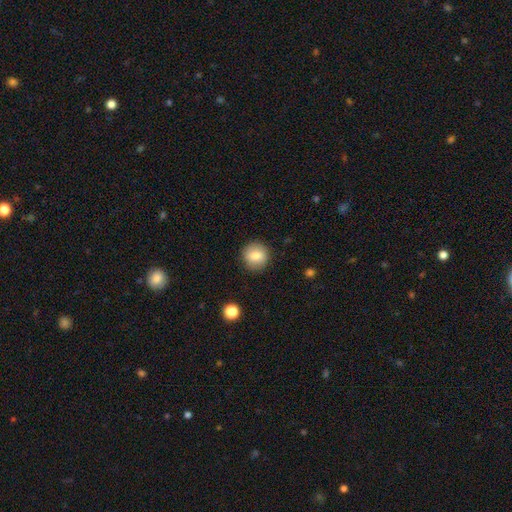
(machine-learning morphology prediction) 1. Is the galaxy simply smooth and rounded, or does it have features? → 81% smooth, 10% featured or disk, 9% star or artifact.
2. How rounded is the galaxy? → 91% round, 8% in between, 1% cigar-shaped.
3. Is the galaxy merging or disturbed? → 88% none, 8% minor disturbance, 2% major disturbance, 1% merger.